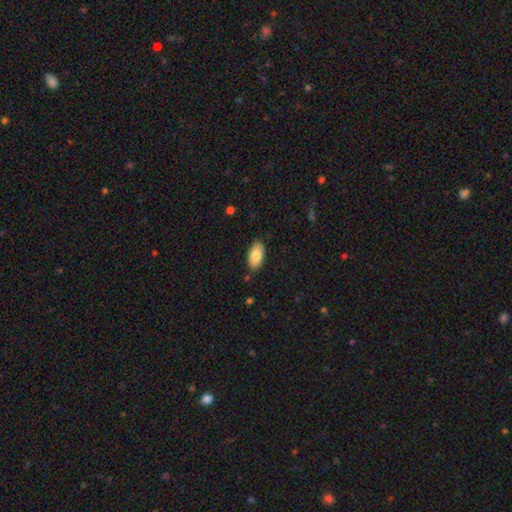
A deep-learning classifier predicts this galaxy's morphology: A smooth galaxy with no disk features (83%) that is in between round and cigar-shaped (94%).

Vote fractions:
- Smooth or featured? smooth: 83% / featured or disk: 11% / star or artifact: 6%
- How rounded? in between: 94% / cigar-shaped: 3% / round: 3%
- Merging? none: 85% / minor disturbance: 11% / major disturbance: 2% / merger: 2%